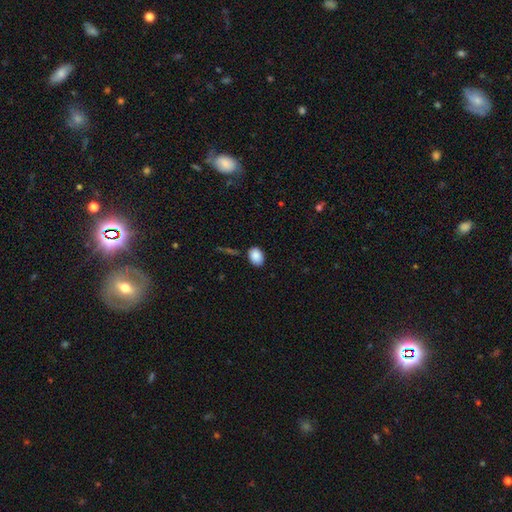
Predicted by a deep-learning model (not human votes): The model was most divided on "how rounded": in between: 79%, round: 20%, cigar-shaped: 1%. More confident: smooth or featured — smooth (89%); merging — none (84%).